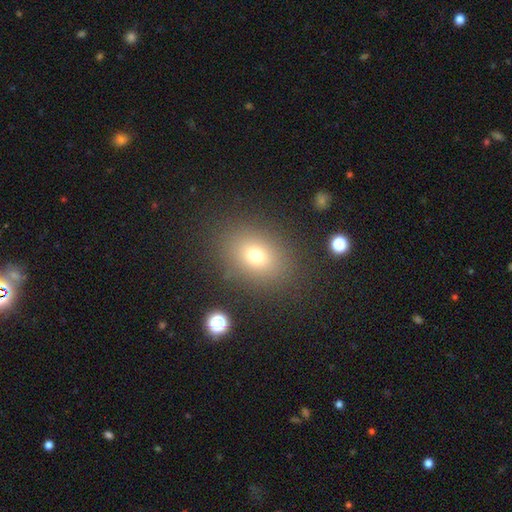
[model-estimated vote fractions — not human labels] Smooth or featured? smooth (73%)
How rounded? in between (64%)
Merging? none (85%)